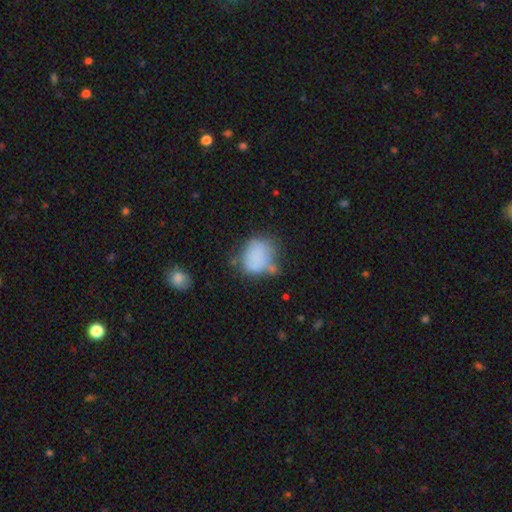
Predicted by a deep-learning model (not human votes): A smooth galaxy with no disk features (78%) that is in between round and cigar-shaped (52%).

Vote fractions:
- Smooth or featured? smooth: 78% / featured or disk: 12% / star or artifact: 10%
- How rounded? in between: 52% / round: 47% / cigar-shaped: 1%
- Merging? none: 48% / minor disturbance: 29% / major disturbance: 13% / merger: 10%